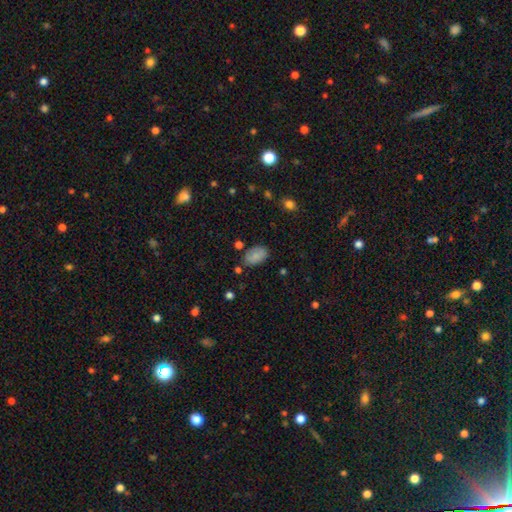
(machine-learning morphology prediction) smooth 82%, featured or disk 10%, star or artifact 8%. Down the decision tree: how rounded — in between (93%); merging — none (75%).